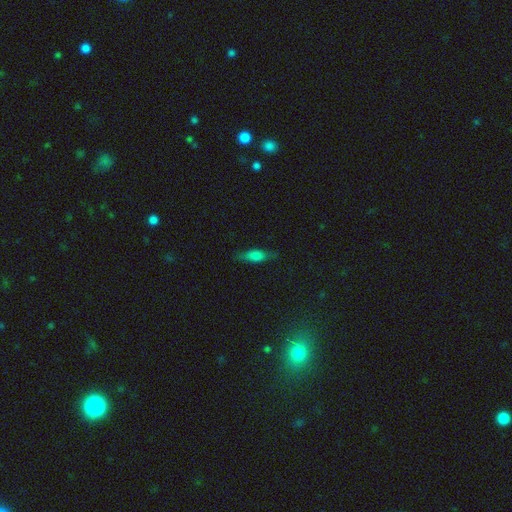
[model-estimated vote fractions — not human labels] This is likely a smooth galaxy (64%). How rounded: possibly in between (56%). Merging: likely none (76%).